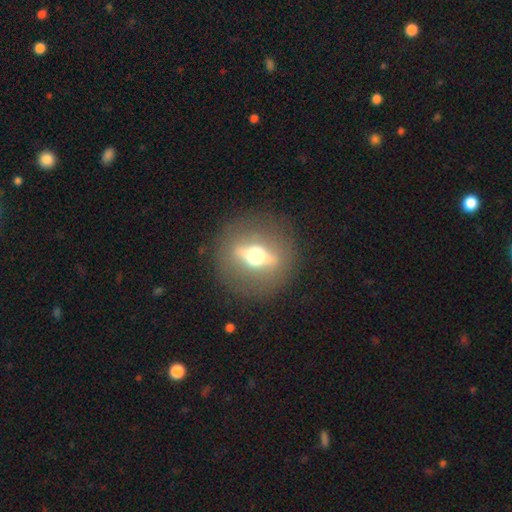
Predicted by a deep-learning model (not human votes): A featured or disk galaxy (68%) viewed edge-on (57%).

Vote fractions:
- Smooth or featured? featured or disk: 68% / smooth: 23% / star or artifact: 9%
- Edge-on disk? yes: 57% / no: 43%
- Merging? none: 86% / minor disturbance: 8% / major disturbance: 5% / merger: 1%